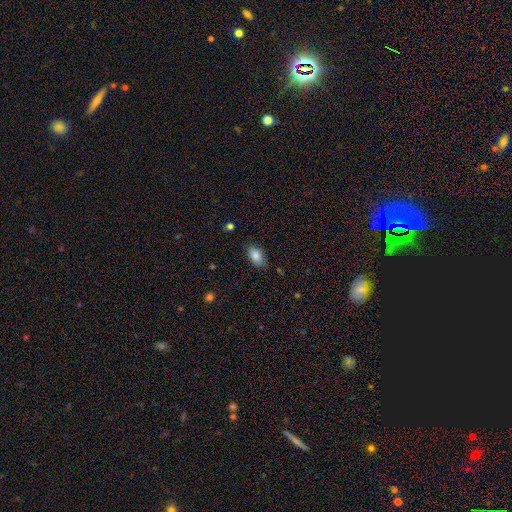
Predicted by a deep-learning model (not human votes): Q: Smooth or featured?
A: smooth (84%); runner-up: featured or disk (8%)
Q: How rounded?
A: in between (89%); runner-up: round (8%)
Q: Merging?
A: none (78%); runner-up: minor disturbance (17%)